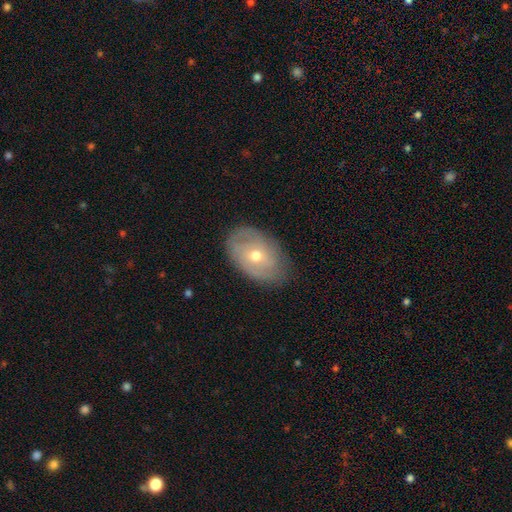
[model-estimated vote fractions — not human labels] Smooth or featured: featured or disk — 58% (smooth — 35%)
Edge-on disk: no — 92% (yes — 8%)
Bar: no — 71% (weak — 24%)
Spiral arms: yes — 64% (no — 36%)
Bulge size: moderate — 63% (small — 33%)
Merging: none — 77% (minor disturbance — 17%)